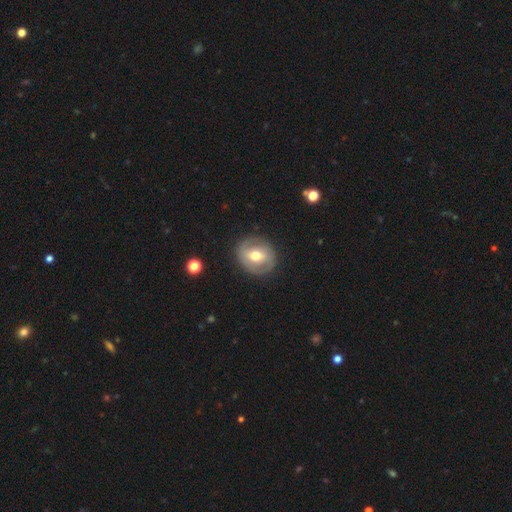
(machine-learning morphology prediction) The model was most divided on "spiral arms": yes: 52%, no: 48%. Remaining: edge-on disk — no (95%); merging — none (83%); bulge size — moderate (77%); smooth or featured — featured or disk (57%); bar — weak (41%).